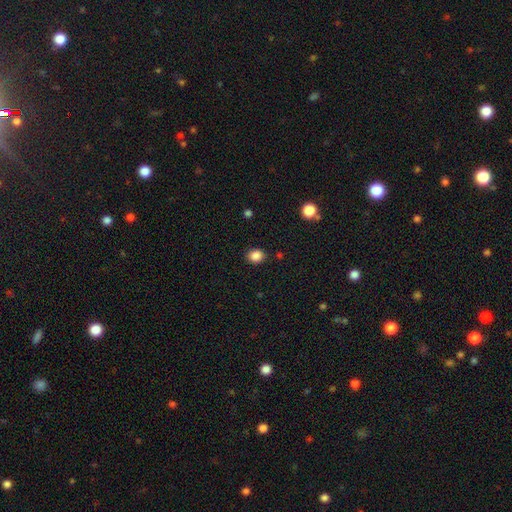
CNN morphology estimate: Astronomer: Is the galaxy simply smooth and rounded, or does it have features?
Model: smooth — 86%.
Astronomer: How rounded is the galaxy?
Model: round — 66%.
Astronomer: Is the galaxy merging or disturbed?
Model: none — 87%.